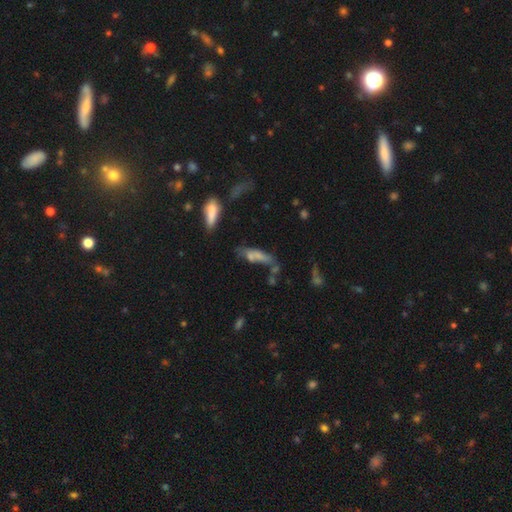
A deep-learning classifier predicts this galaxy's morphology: Smooth or featured: smooth — 62% (featured or disk — 27%)
How rounded: cigar-shaped — 58% (in between — 39%)
Merging: none — 35% (merger — 26%)